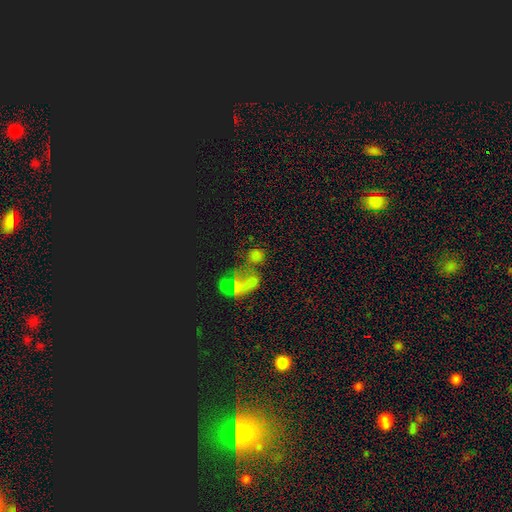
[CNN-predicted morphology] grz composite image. It shows a smooth galaxy with no disk features (56%) that is round (67%). Merging: merger (45%).